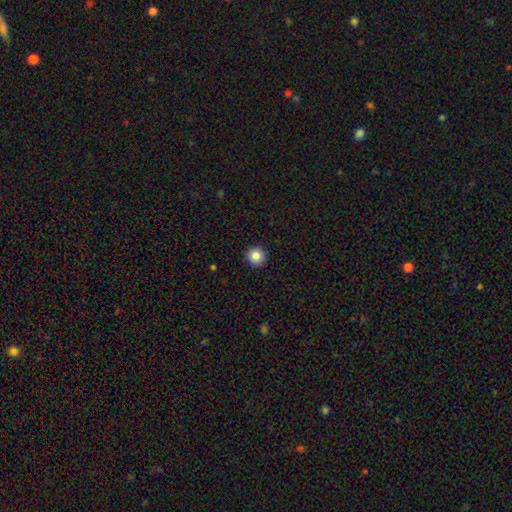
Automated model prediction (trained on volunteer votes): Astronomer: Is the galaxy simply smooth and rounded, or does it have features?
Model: smooth — 86%.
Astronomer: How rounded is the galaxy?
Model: round — 94%.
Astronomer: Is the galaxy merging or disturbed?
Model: none — 92%.